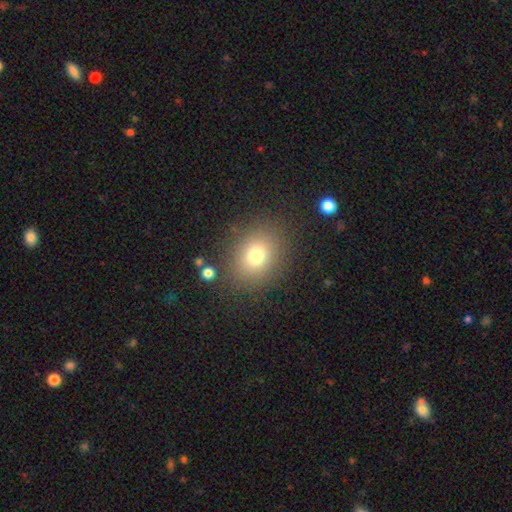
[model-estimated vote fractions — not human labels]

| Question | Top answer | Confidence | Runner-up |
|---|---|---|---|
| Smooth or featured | smooth | 75% | star or artifact (14%) |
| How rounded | round | 61% | in between (38%) |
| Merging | none | 84% | minor disturbance (9%) |